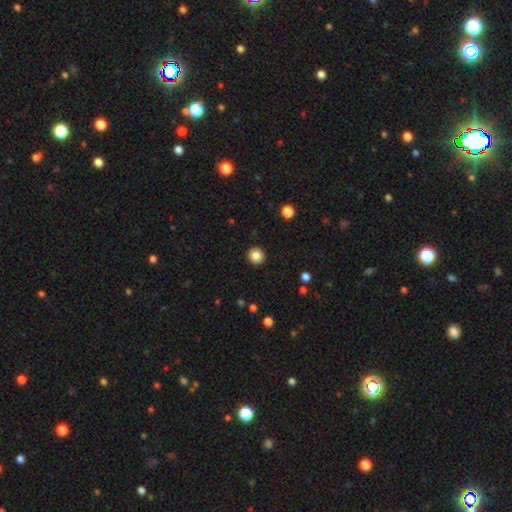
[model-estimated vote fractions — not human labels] Smooth or featured?
  - smooth: 86% *
  - star or artifact: 10%
  - featured or disk: 4%
How rounded?
  - round: 95% *
  - in between: 4%
  - cigar-shaped: 1%
Merging?
  - none: 93% *
  - minor disturbance: 5%
  - major disturbance: 2%
  - merger: 1%